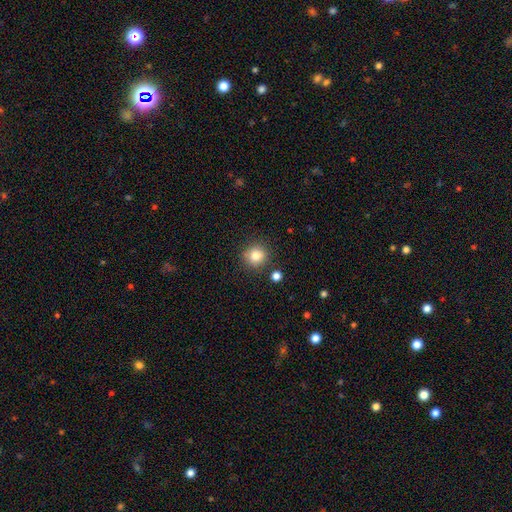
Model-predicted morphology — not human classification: Smooth or featured? smooth (82%)
How rounded? round (89%)
Merging? none (85%)